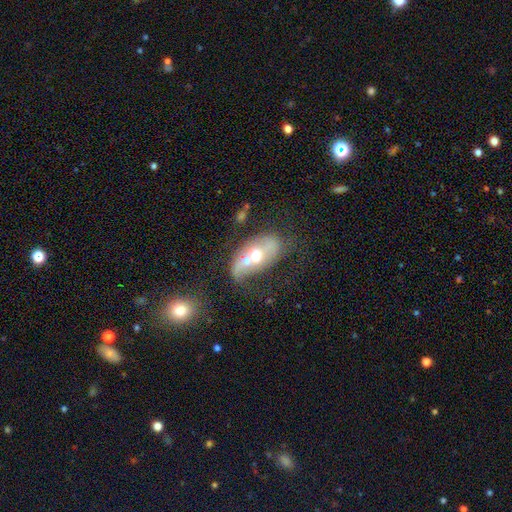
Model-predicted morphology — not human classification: This appears to be a smooth galaxy with no disk features (47%). Merging: merger (50%).